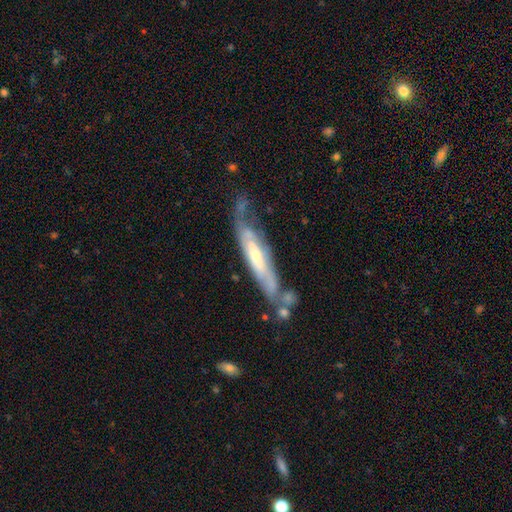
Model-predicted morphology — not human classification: This appears to be a featured or disk galaxy (76%). Merging: none (53%).